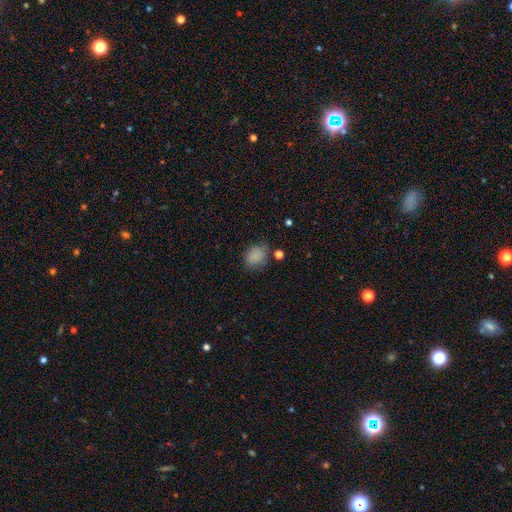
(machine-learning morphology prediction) smooth_or_featured: smooth (p=0.84) [alt: star or artifact p=0.10]
how_rounded: round (p=0.53) [alt: in between p=0.46]
merging: none (p=0.71) [alt: minor disturbance p=0.19]